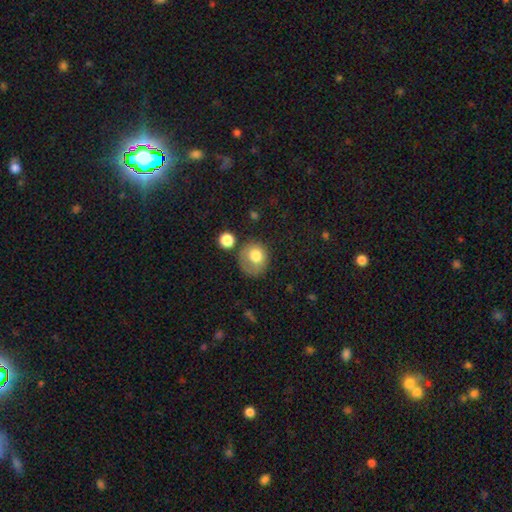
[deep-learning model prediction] Smooth or featured: smooth — 77% (featured or disk — 14%)
How rounded: round — 77% (in between — 22%)
Merging: none — 50% (minor disturbance — 27%)